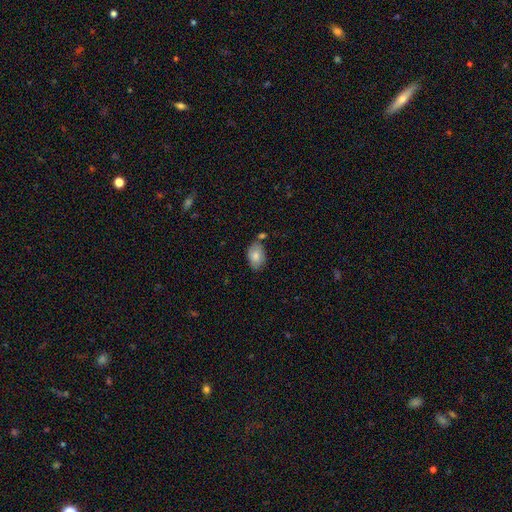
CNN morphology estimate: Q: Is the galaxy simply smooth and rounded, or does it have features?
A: smooth — 81%.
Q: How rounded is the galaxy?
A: in between — 87%.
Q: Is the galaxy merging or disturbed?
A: none — 66%.